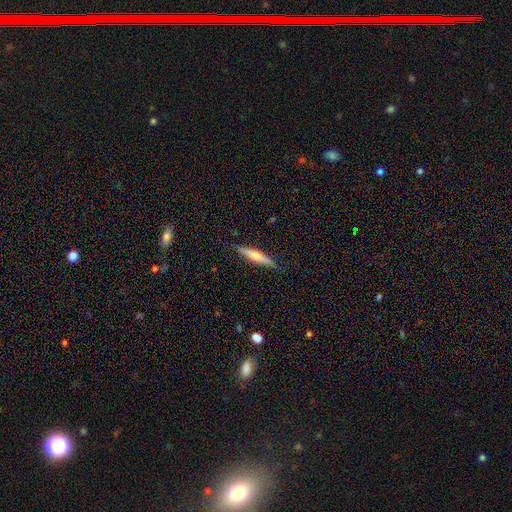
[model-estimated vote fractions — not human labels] Overall: smooth (59%; featured or disk 35%). How rounded: cigar-shaped (88%). Merging: none (85%).